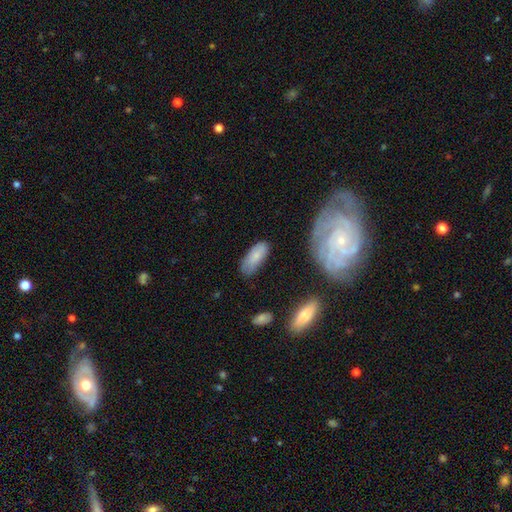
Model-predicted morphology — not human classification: This appears to be a smooth galaxy with no disk features (77%) that is in between round and cigar-shaped (81%). Merging: none (69%).